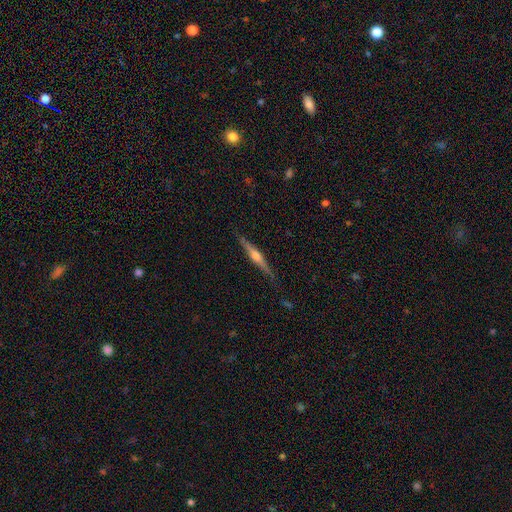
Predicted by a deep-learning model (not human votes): Smooth or featured: featured or disk — 77% (smooth — 18%)
Edge-on disk: yes — 98% (no — 2%)
Edge-on bulge: rounded — 91% (boxy — 5%)
Merging: none — 87% (minor disturbance — 10%)